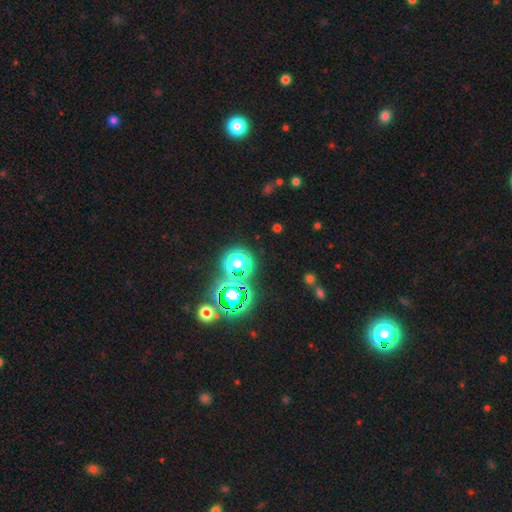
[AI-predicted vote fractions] A star or artifact, not a galaxy (74%).

Vote fractions:
- Smooth or featured? star or artifact: 74% / smooth: 19% / featured or disk: 7%